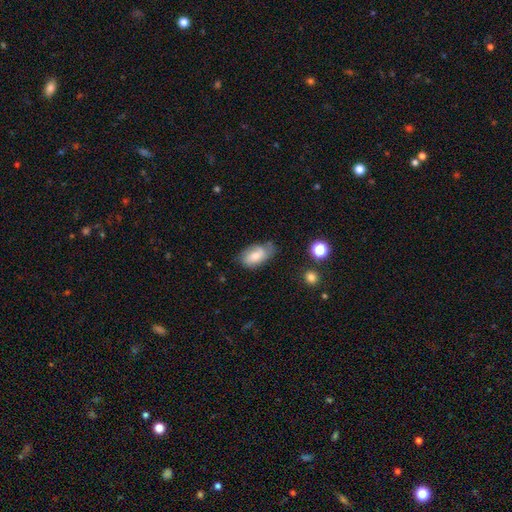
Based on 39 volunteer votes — Q: Smooth or featured?
A: smooth (51%); runner-up: featured or disk (44%)
Q: How rounded?
A: in between (85%); runner-up: round (10%)
Q: Merging?
A: minor disturbance (43%); runner-up: none (41%)